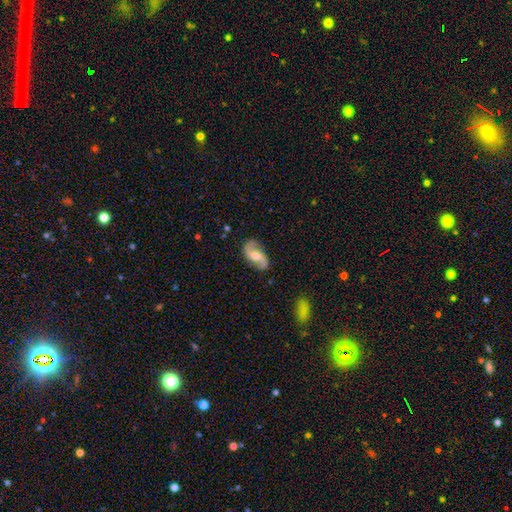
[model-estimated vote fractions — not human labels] The model was most divided on "bar": no: 51%, weak: 39%, strong: 10%. More confident: edge-on disk — no (97%); spiral arms — yes (95%); spiral arm count — 2 (92%); smooth or featured — featured or disk (81%); merging — none (79%); spiral winding — loose (67%); bulge size — moderate (63%).